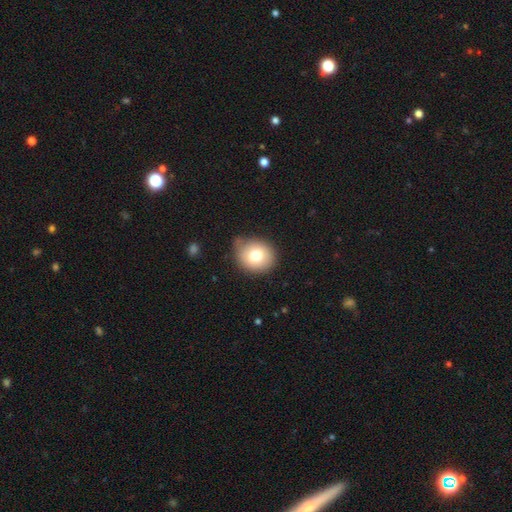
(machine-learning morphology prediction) Overall: smooth (76%). How rounded: round (71%). Merging: none (71%).